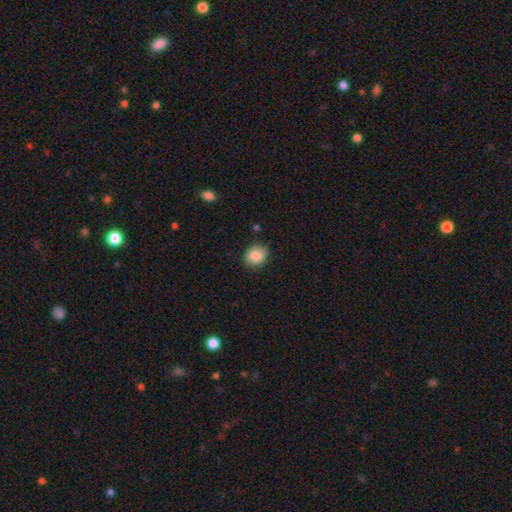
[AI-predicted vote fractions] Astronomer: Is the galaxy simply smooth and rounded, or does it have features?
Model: smooth — 87%.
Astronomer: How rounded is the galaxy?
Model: round — 61% (runner-up: in between, 38%).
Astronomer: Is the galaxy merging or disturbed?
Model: none — 85%.